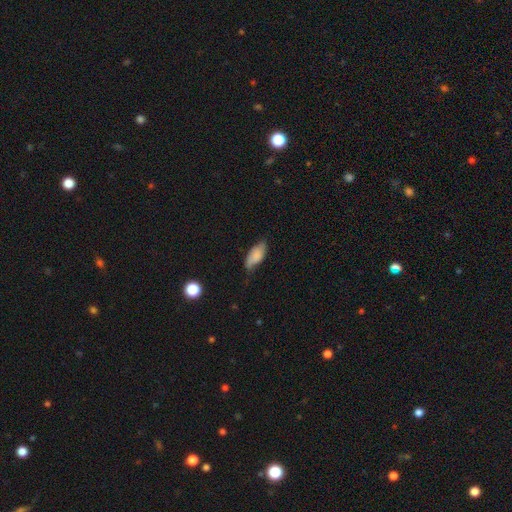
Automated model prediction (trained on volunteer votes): Q: Smooth or featured?
A: smooth (80%); runner-up: featured or disk (13%)
Q: How rounded?
A: in between (86%); runner-up: cigar-shaped (12%)
Q: Merging?
A: none (60%); runner-up: minor disturbance (32%)